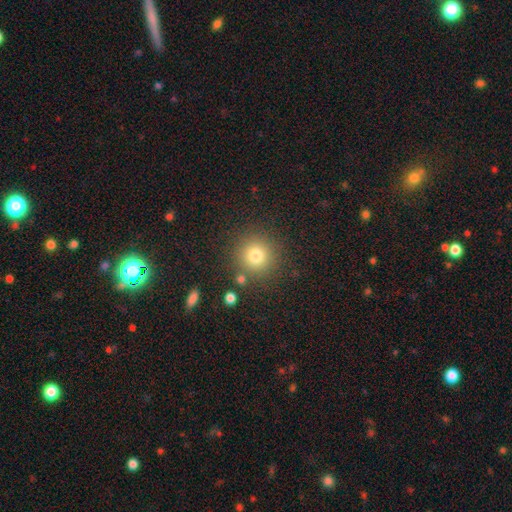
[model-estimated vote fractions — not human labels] Morphology: type=smooth (77%); roundness=round (94%); merging=none (84%).